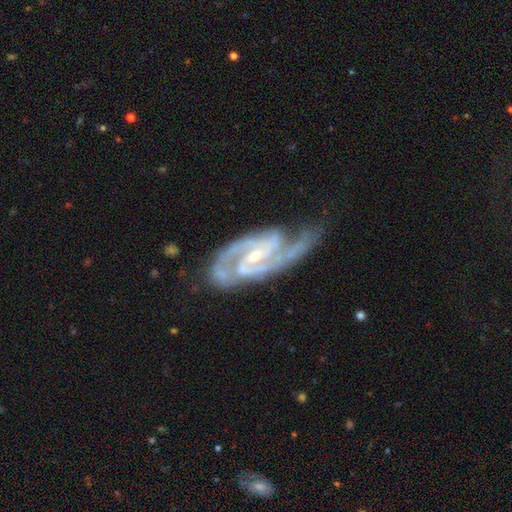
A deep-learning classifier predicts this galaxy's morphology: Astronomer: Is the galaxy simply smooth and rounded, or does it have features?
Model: featured or disk — 93%.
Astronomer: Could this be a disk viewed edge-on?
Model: no — 97%.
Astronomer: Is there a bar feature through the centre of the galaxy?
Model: weak — 47% (runner-up: strong, 28%).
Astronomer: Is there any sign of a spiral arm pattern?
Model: yes — 99%.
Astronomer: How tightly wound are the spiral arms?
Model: medium — 49% (runner-up: tight, 44%).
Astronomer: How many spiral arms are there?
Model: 2 — 82%.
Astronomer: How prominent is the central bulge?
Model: small — 63%.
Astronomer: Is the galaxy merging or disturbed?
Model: none — 65%.